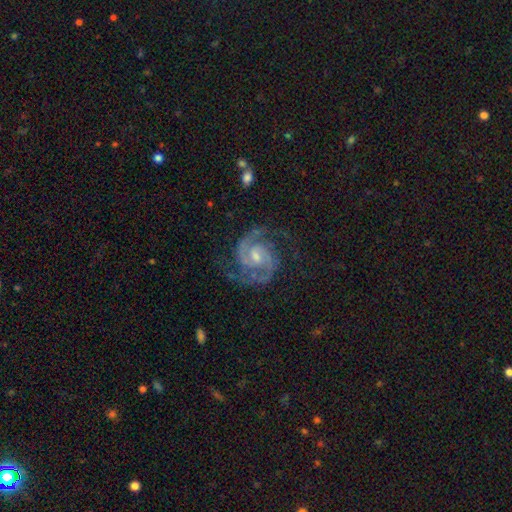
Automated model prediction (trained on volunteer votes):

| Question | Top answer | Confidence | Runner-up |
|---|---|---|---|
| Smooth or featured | featured or disk | 93% | star or artifact (4%) |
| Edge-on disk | no | 98% | yes (2%) |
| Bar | weak | 50% | no (39%) |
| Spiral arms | yes | 99% | no (1%) |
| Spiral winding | medium | 55% | tight (38%) |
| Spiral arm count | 2 | 90% | 3 (4%) |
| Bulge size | moderate | 46% | small (43%) |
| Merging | none | 76% | minor disturbance (16%) |